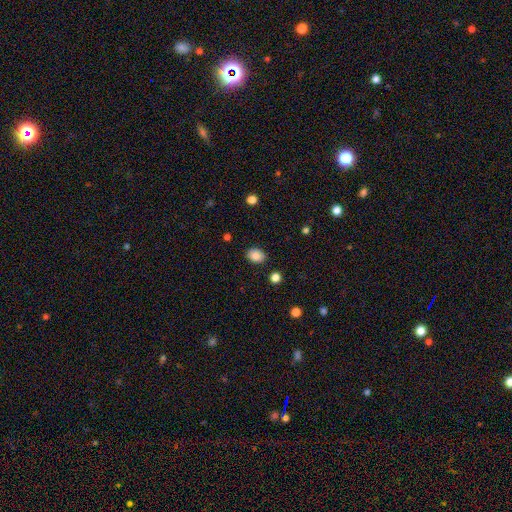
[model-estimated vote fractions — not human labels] Smooth or featured?
  - smooth: 85% *
  - star or artifact: 9%
  - featured or disk: 6%
How rounded?
  - in between: 68% *
  - round: 31%
  - cigar-shaped: 1%
Merging?
  - none: 86% *
  - minor disturbance: 10%
  - major disturbance: 2%
  - merger: 2%